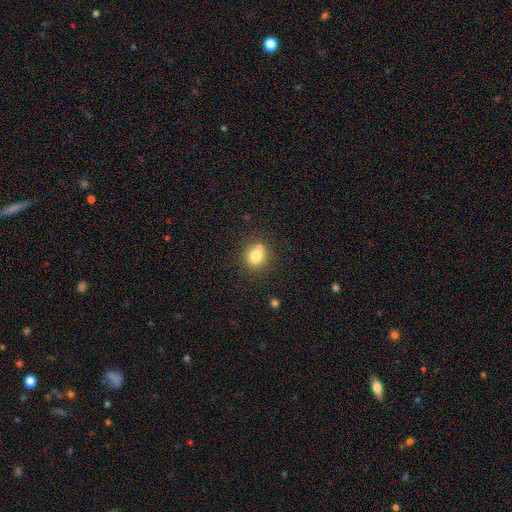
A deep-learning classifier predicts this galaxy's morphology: A smooth galaxy with no disk features (77%) that is round (81%). Merging: none (64%).